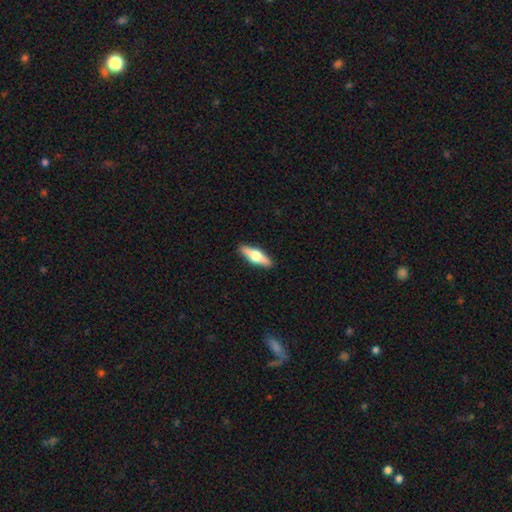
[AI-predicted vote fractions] This is possibly a featured or disk galaxy (52%). It is clearly viewed edge-on (94%). Merging: clearly none (91%).